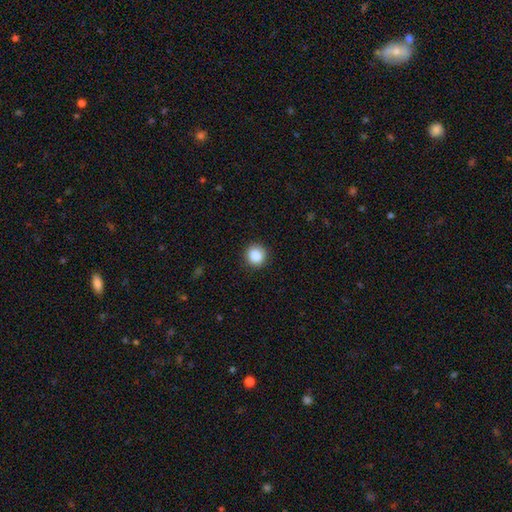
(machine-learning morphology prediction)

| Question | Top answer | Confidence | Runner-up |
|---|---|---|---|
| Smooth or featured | smooth | 86% | star or artifact (9%) |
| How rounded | round | 91% | in between (8%) |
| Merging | none | 90% | minor disturbance (7%) |